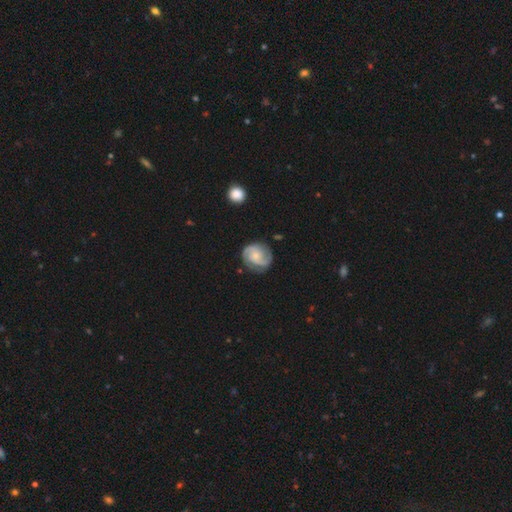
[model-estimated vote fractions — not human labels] Morphology: type=featured or disk (78%); edge-on=no (98%); bar=no (65%); spiral arms=yes (96%); winding=medium (45%); arm count=2 (80%); bulge=small (58%); merging=none (77%).